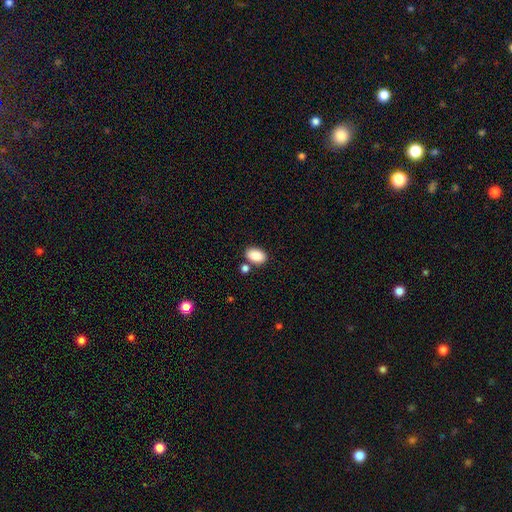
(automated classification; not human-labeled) Morphology: type=smooth (89%); roundness=in between (88%); merging=none (75%).